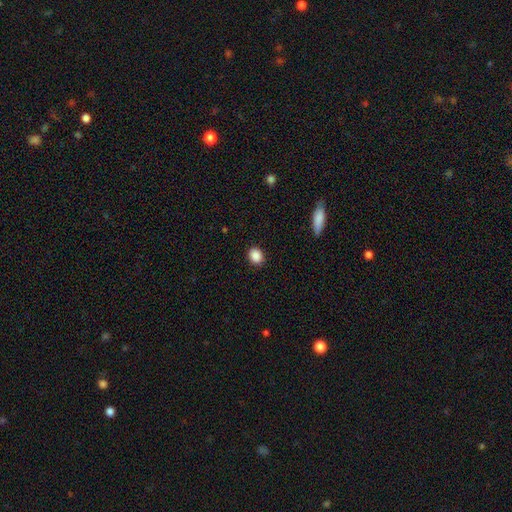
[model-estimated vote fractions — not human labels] smooth_or_featured: smooth (p=0.89) [alt: star or artifact p=0.08]
how_rounded: in between (p=0.50) [alt: round p=0.49]
merging: none (p=0.89) [alt: minor disturbance p=0.08]